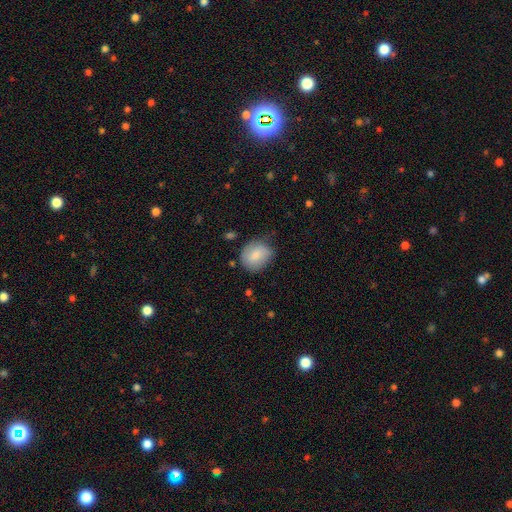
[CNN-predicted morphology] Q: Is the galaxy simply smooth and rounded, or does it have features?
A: smooth — 78%.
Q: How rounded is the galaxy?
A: round — 56%.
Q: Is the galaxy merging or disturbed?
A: none — 62%.